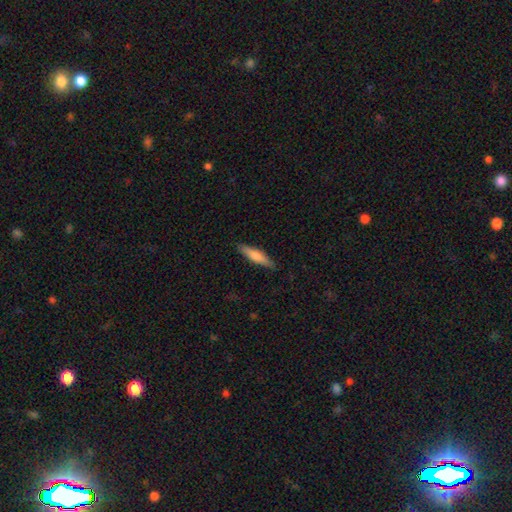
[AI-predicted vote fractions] smooth 68%, featured or disk 26%, star or artifact 6%. Down the decision tree: how rounded — cigar-shaped (78%); merging — none (87%).